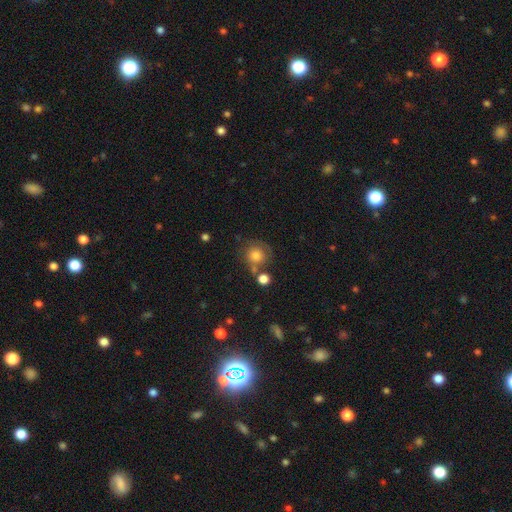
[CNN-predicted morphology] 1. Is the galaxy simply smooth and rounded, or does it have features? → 77% smooth, 13% featured or disk, 10% star or artifact.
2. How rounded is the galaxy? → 89% round, 10% in between, 1% cigar-shaped.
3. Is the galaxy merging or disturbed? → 59% none, 17% minor disturbance, 16% merger, 8% major disturbance.